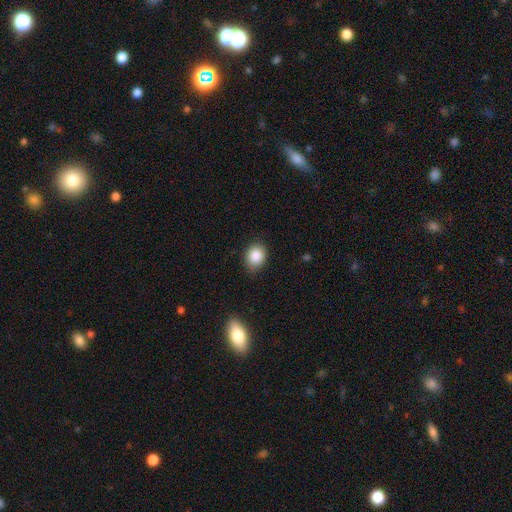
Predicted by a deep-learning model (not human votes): Smooth or featured?
  - smooth: 86% *
  - star or artifact: 9%
  - featured or disk: 5%
How rounded?
  - in between: 54% *
  - round: 45%
  - cigar-shaped: 1%
Merging?
  - none: 81% *
  - minor disturbance: 15%
  - major disturbance: 3%
  - merger: 1%